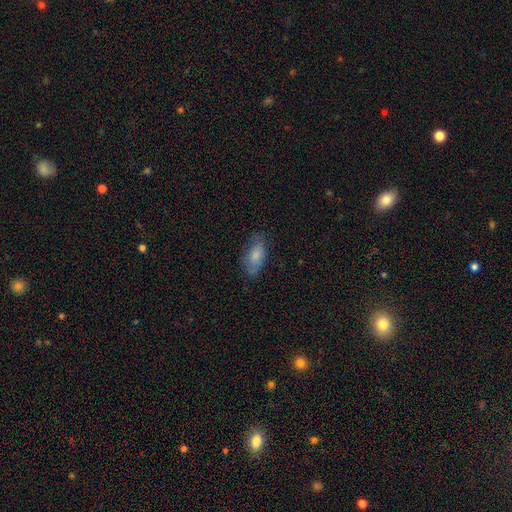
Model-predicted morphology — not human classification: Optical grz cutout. It shows a smooth galaxy with no disk features (74%) that is in between round and cigar-shaped (85%). Merging: none (68%).